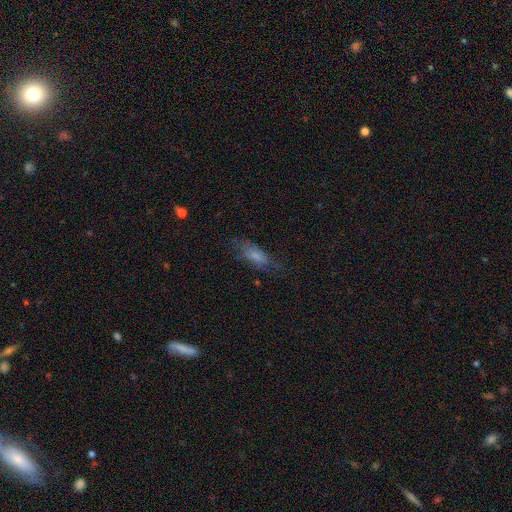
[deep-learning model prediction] Overall: smooth (63%; featured or disk 27%). How rounded: in between (70%). Merging: none (54%; minor disturbance 26%).